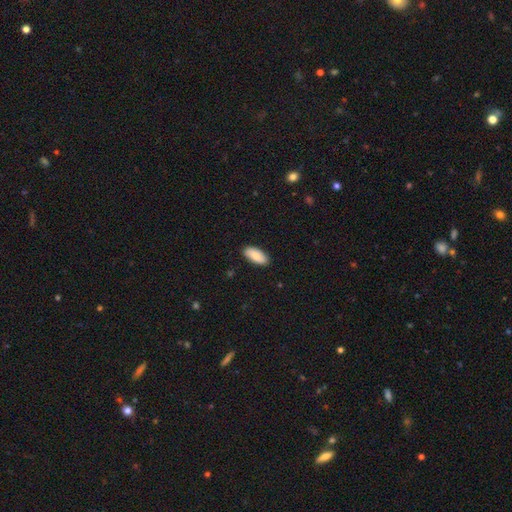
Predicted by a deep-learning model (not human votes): smooth-or-featured: smooth: 82% | featured or disk: 12% | star or artifact: 6%
  how-rounded: in between: 90% | cigar-shaped: 8% | round: 2%
  merging: none: 88% | minor disturbance: 9% | major disturbance: 2% | merger: 1%